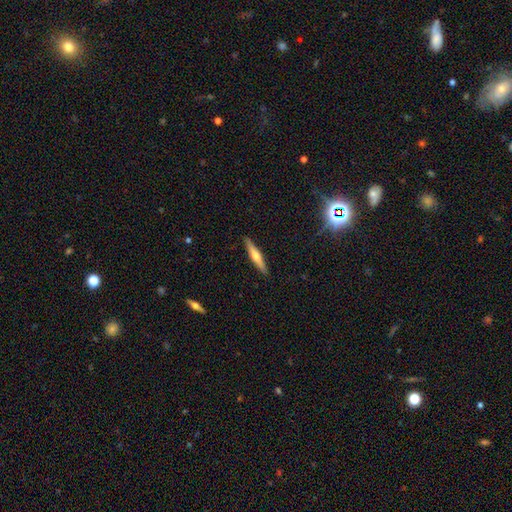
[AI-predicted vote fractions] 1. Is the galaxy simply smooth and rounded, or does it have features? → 52% featured or disk, 41% smooth, 6% star or artifact.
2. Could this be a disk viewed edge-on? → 95% yes, 5% no.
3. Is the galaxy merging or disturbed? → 91% none, 7% minor disturbance, 1% major disturbance, 1% merger.